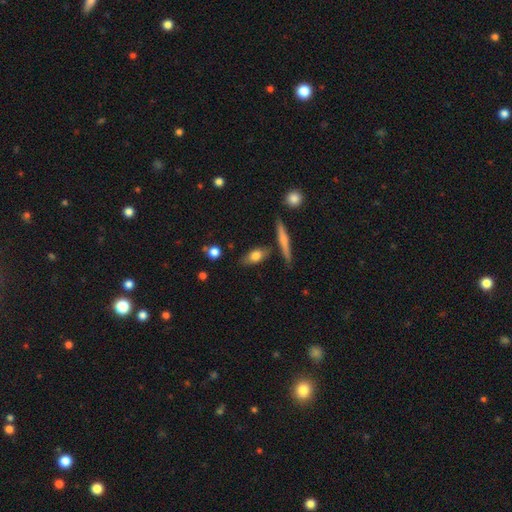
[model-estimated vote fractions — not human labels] A smooth galaxy with no disk features (70%) that is in between round and cigar-shaped (68%).

Vote fractions:
- Smooth or featured? smooth: 70% / featured or disk: 23% / star or artifact: 7%
- How rounded? in between: 68% / cigar-shaped: 23% / round: 9%
- Merging? none: 73% / minor disturbance: 15% / merger: 8% / major disturbance: 4%